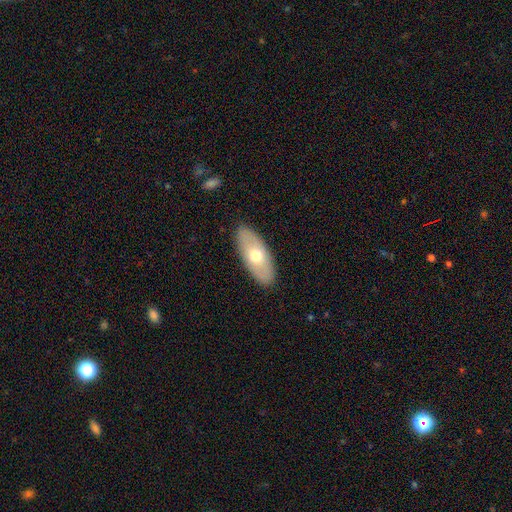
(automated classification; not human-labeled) smooth-or-featured: smooth: 58% | featured or disk: 37% | star or artifact: 5%
  how-rounded: in between: 84% | cigar-shaped: 13% | round: 3%
  merging: none: 88% | minor disturbance: 9% | major disturbance: 2% | merger: 1%